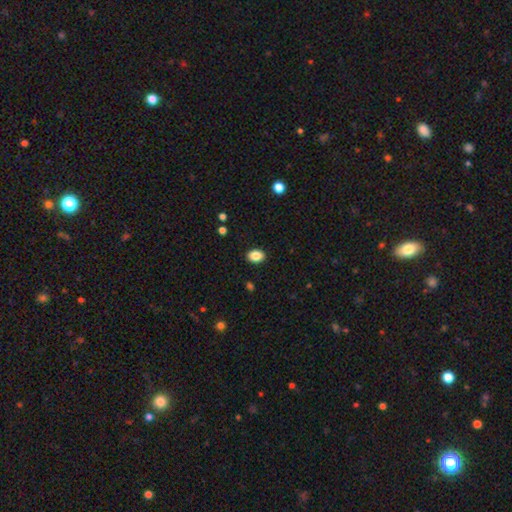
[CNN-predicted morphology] This is clearly a smooth galaxy (87%). How rounded: likely in between (74%). Merging: clearly none (90%).